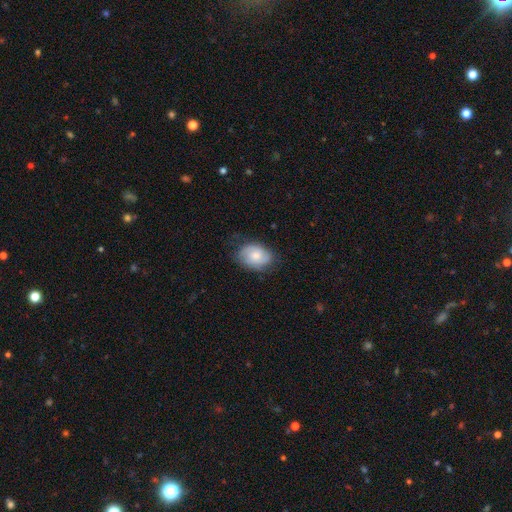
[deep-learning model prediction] A smooth galaxy with no disk features (59%) that is in between round and cigar-shaped (71%). Merging: none (69%).